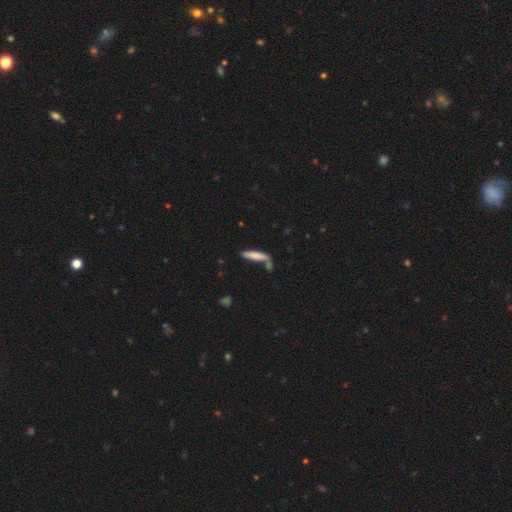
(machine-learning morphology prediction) Smooth or featured? smooth (78%)
How rounded? cigar-shaped (80%)
Merging? none (59%)